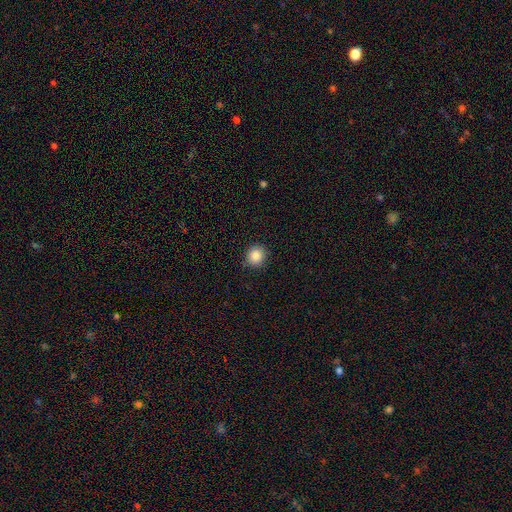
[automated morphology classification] Smooth or featured: smooth — 87% (star or artifact — 9%)
How rounded: round — 87% (in between — 12%)
Merging: none — 89% (minor disturbance — 8%)